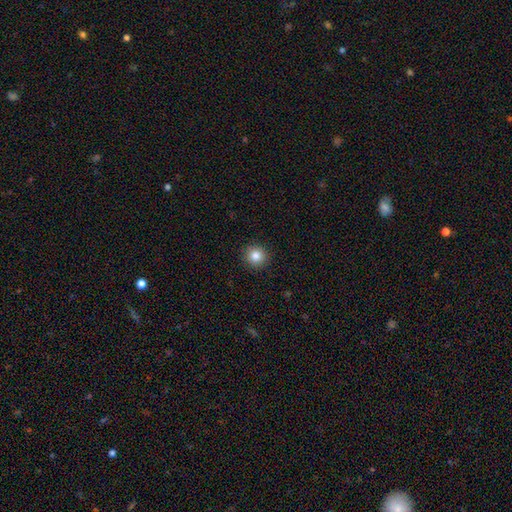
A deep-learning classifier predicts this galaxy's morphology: smooth-or-featured: smooth: 83% | star or artifact: 11% | featured or disk: 6%
  how-rounded: round: 95% | in between: 4% | cigar-shaped: 1%
  merging: none: 93% | minor disturbance: 5% | major disturbance: 2% | merger: 1%